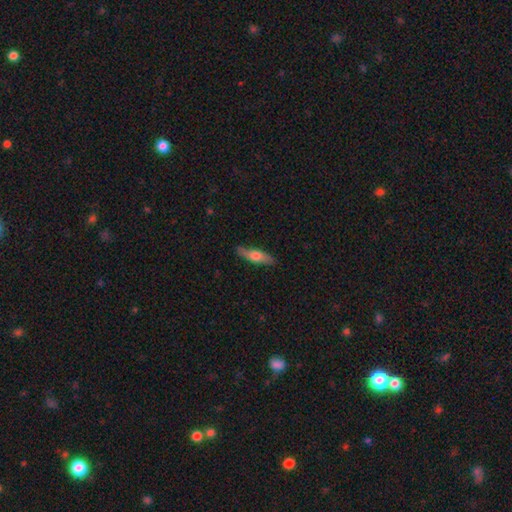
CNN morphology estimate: This appears to be a smooth galaxy with no disk features (56%) that is cigar-shaped (66%). Merging: none (84%).